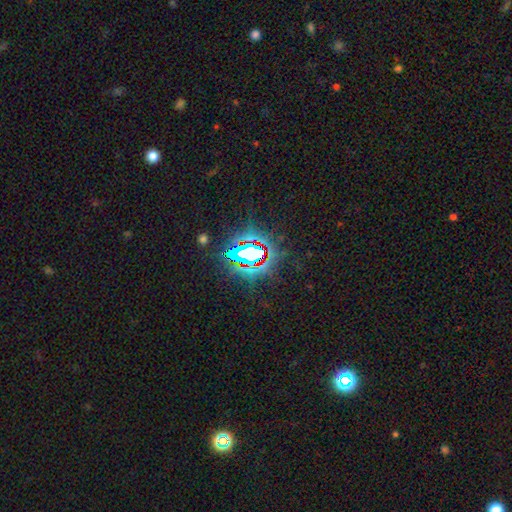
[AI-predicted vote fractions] This is clearly a star or artifact rather than a galaxy (82%).